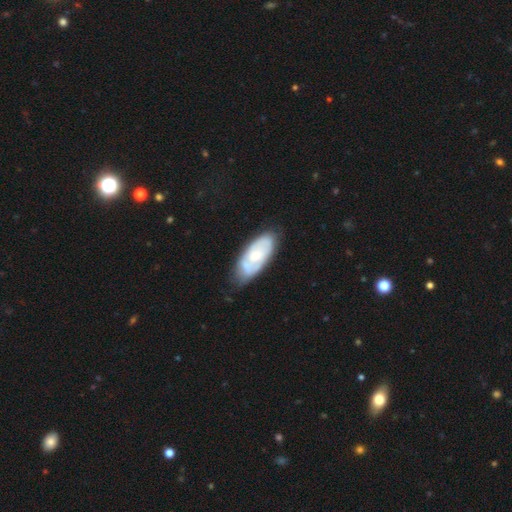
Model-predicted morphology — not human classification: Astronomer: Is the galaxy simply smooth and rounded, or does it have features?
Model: featured or disk — 57% (runner-up: smooth, 37%).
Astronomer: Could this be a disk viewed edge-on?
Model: no — 90%.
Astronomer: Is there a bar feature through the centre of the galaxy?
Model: no — 81%.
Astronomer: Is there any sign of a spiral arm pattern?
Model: yes — 54% (runner-up: no, 46%).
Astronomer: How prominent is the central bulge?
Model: small — 53% (runner-up: moderate, 41%).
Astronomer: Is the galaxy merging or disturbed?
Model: none — 66%.